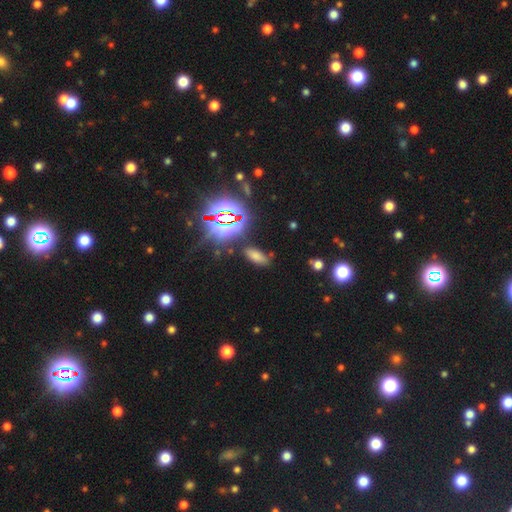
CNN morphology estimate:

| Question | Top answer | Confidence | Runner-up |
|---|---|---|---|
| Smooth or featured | smooth | 58% | star or artifact (33%) |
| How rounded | in between | 80% | cigar-shaped (15%) |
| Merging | none | 79% | minor disturbance (12%) |